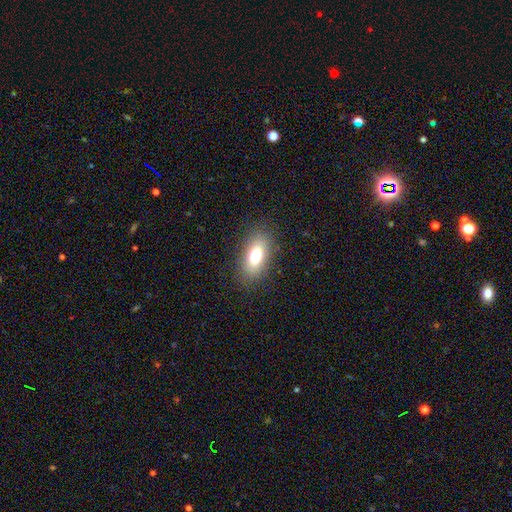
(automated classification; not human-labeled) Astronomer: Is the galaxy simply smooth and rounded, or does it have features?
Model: smooth — 76%.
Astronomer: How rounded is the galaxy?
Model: in between — 86%.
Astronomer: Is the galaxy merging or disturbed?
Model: none — 85%.